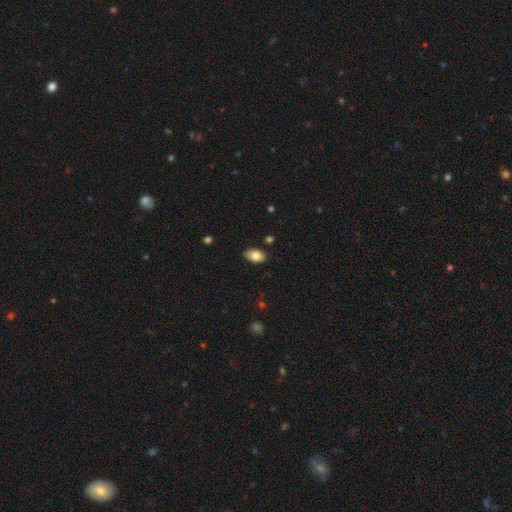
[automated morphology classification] smooth 81%, featured or disk 12%, star or artifact 7%. Down the decision tree: how rounded — in between (92%); merging — none (83%).